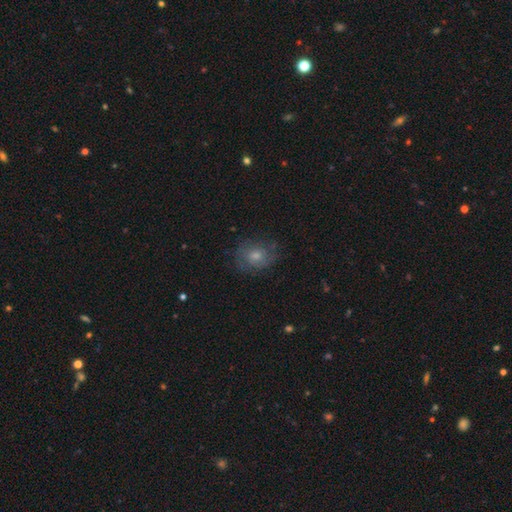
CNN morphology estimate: smooth_or_featured: smooth (p=0.45) [alt: featured or disk p=0.37]
merging: none (p=0.75) [alt: minor disturbance p=0.17]